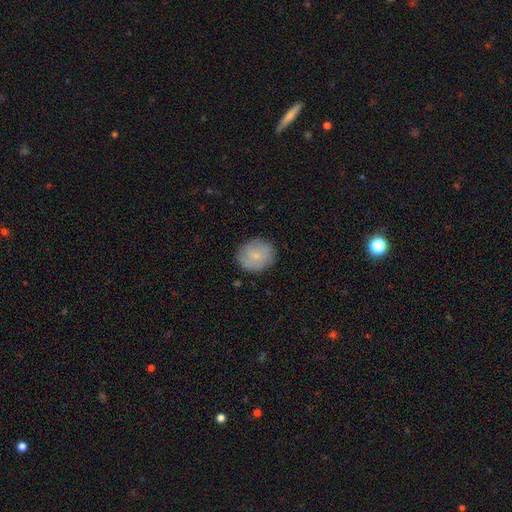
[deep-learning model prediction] Smooth or featured?
  - smooth: 70% *
  - featured or disk: 22%
  - star or artifact: 8%
How rounded?
  - round: 81% *
  - in between: 18%
  - cigar-shaped: 1%
Merging?
  - none: 82% *
  - minor disturbance: 13%
  - major disturbance: 3%
  - merger: 1%